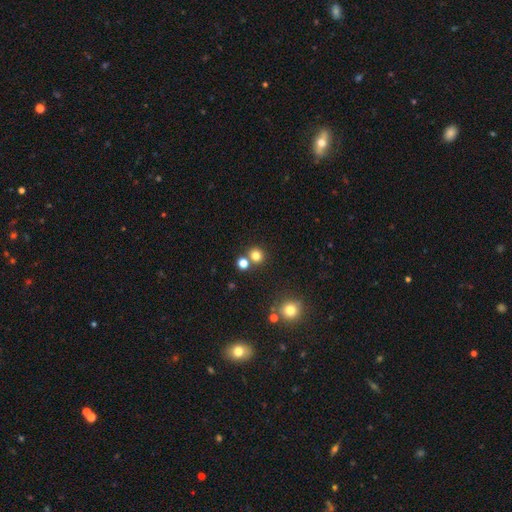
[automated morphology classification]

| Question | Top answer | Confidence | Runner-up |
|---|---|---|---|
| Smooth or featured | smooth | 78% | star or artifact (17%) |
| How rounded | round | 88% | in between (11%) |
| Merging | none | 73% | merger (17%) |